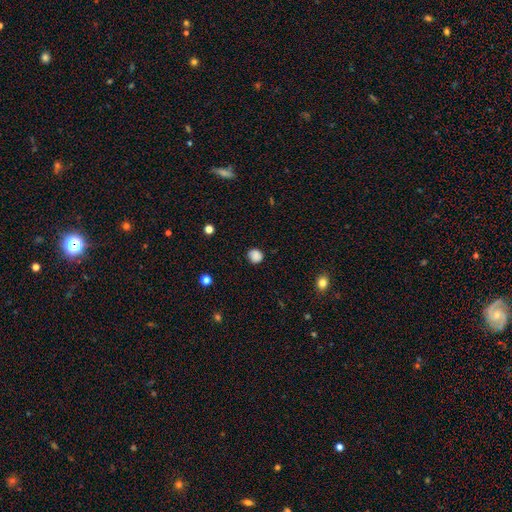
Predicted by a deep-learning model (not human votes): Q: Smooth or featured?
A: smooth (85%); runner-up: star or artifact (11%)
Q: How rounded?
A: round (84%); runner-up: in between (15%)
Q: Merging?
A: none (83%); runner-up: minor disturbance (12%)